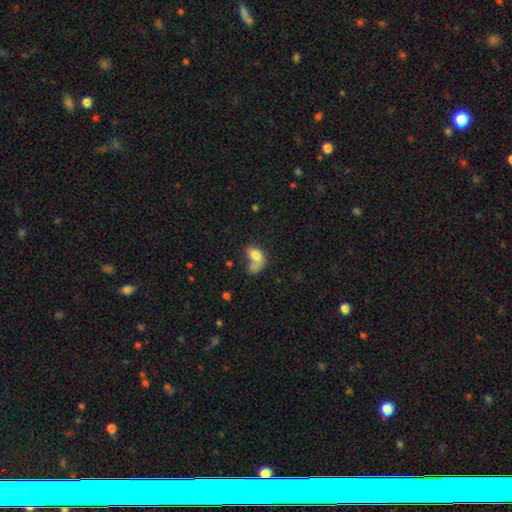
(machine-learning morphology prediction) smooth_or_featured: smooth (p=0.72) [alt: featured or disk p=0.18]
how_rounded: in between (p=0.83) [alt: round p=0.14]
merging: merger (p=0.34) [alt: major disturbance p=0.28]